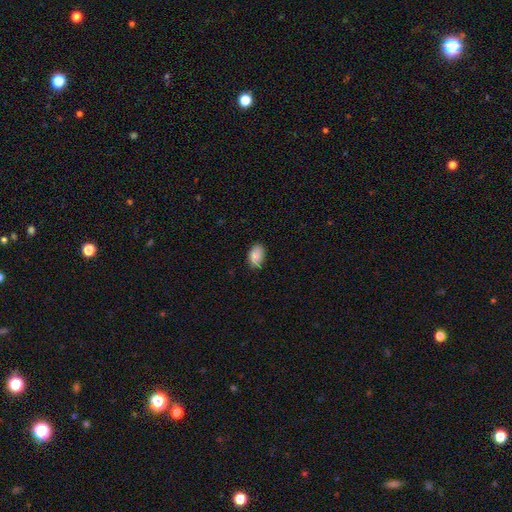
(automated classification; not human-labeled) smooth 87%, star or artifact 7%, featured or disk 6%. Down the decision tree: how rounded — in between (89%); merging — none (81%).